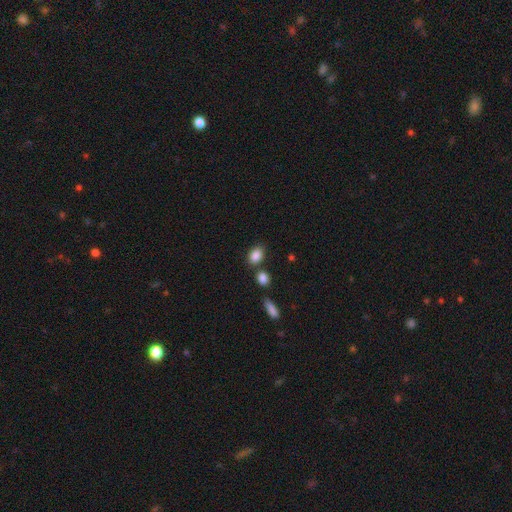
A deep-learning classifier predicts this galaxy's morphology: This appears to be a smooth galaxy with no disk features (87%) that is in between round and cigar-shaped (79%). Merging: none (67%).